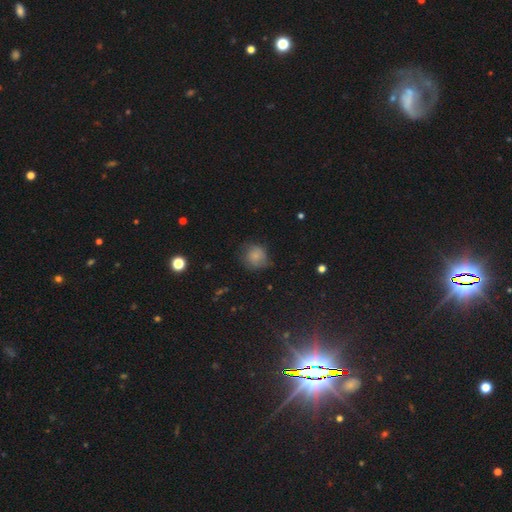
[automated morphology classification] Smooth or featured?
  - smooth: 73% *
  - featured or disk: 15%
  - star or artifact: 12%
How rounded?
  - round: 83% *
  - in between: 16%
  - cigar-shaped: 1%
Merging?
  - none: 61% *
  - minor disturbance: 28%
  - major disturbance: 10%
  - merger: 2%